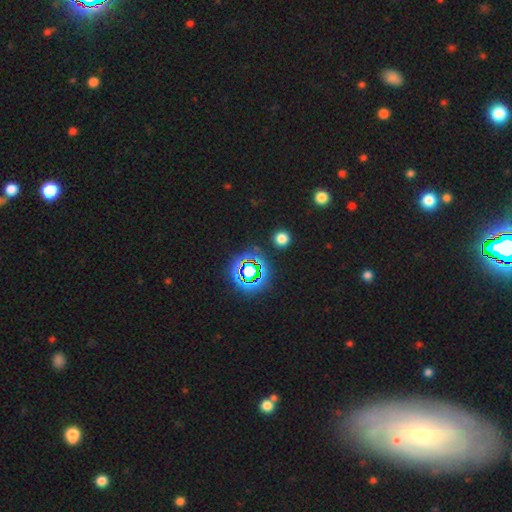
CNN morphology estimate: A star or artifact, not a galaxy (46%).